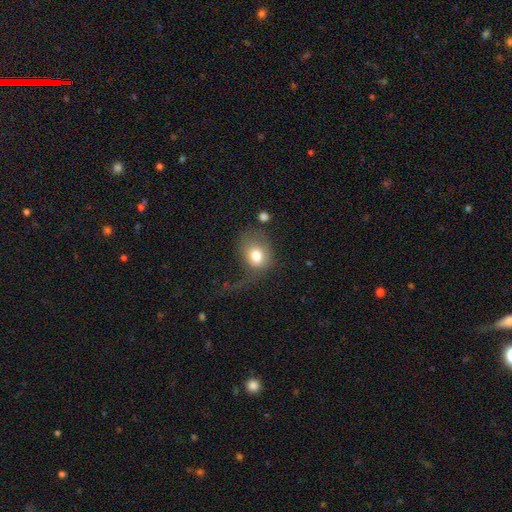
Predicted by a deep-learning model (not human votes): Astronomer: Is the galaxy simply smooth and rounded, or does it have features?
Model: smooth — 75%.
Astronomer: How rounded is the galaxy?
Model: round — 53% (runner-up: in between, 46%).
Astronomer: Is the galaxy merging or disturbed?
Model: major disturbance — 45% (runner-up: none, 29%).